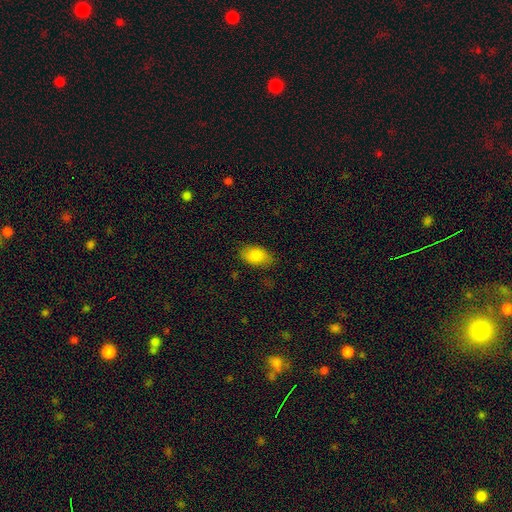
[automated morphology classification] type=smooth (85%); roundness=in between (91%); merging=none (78%).